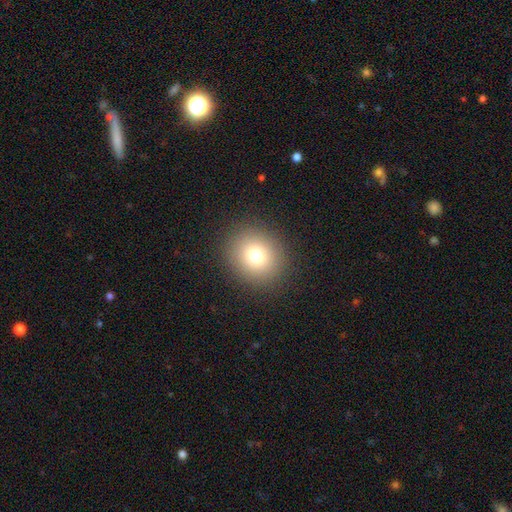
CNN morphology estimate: smooth_or_featured: smooth (p=0.75) [alt: star or artifact p=0.14]
how_rounded: round (p=0.84) [alt: in between p=0.15]
merging: none (p=0.90) [alt: minor disturbance p=0.06]